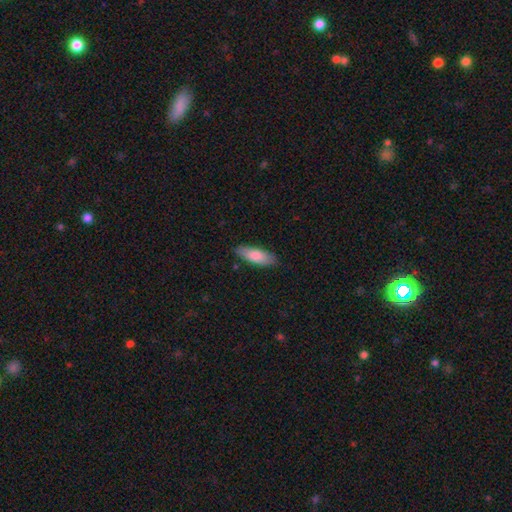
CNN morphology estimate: Smooth or featured: smooth — 82% (featured or disk — 12%)
How rounded: in between — 64% (cigar-shaped — 35%)
Merging: none — 84% (minor disturbance — 12%)